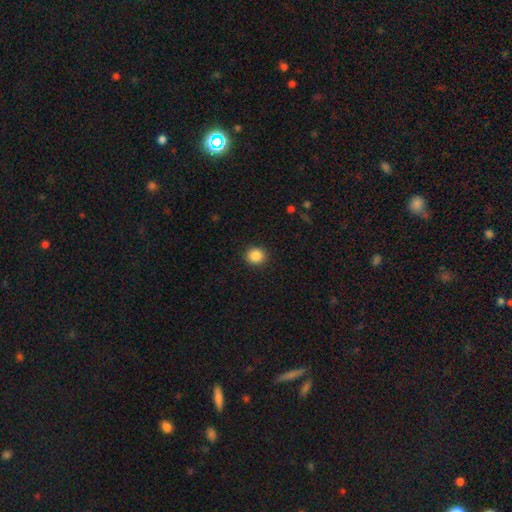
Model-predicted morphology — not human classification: This is clearly a smooth galaxy (87%). How rounded: clearly round (88%). Merging: clearly none (91%).